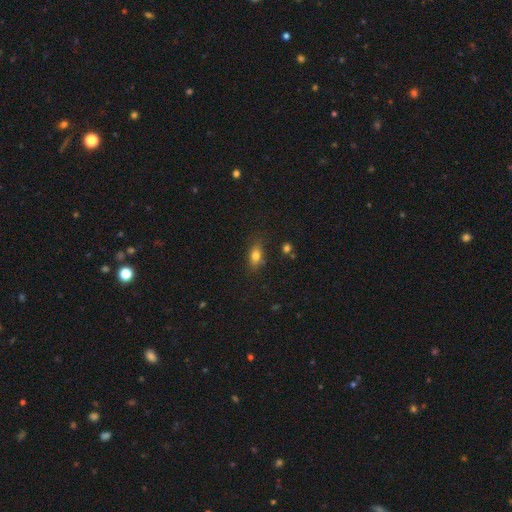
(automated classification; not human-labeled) Smooth or featured?
  - smooth: 79% *
  - star or artifact: 11%
  - featured or disk: 11%
How rounded?
  - in between: 79% *
  - round: 12%
  - cigar-shaped: 9%
Merging?
  - none: 77% *
  - minor disturbance: 15%
  - major disturbance: 4%
  - merger: 3%